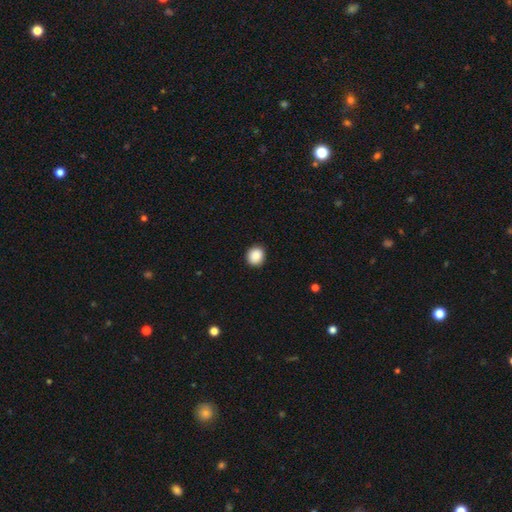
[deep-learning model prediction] smooth_or_featured: smooth (p=0.89) [alt: star or artifact p=0.08]
how_rounded: round (p=0.88) [alt: in between p=0.11]
merging: none (p=0.92) [alt: minor disturbance p=0.06]